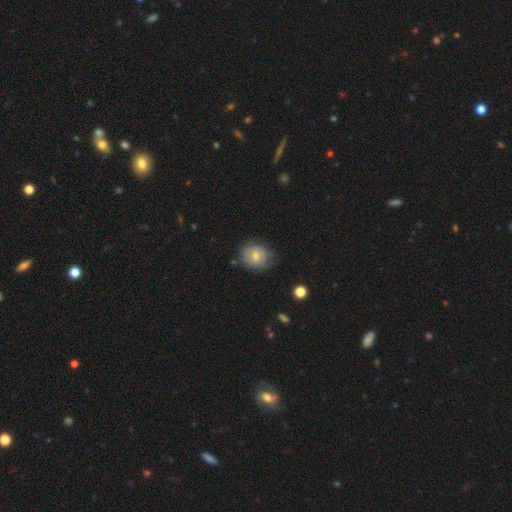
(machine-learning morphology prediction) Smooth or featured?
  - smooth: 70% *
  - featured or disk: 21%
  - star or artifact: 8%
How rounded?
  - round: 70% *
  - in between: 29%
  - cigar-shaped: 1%
Merging?
  - none: 64% *
  - minor disturbance: 26%
  - major disturbance: 8%
  - merger: 2%